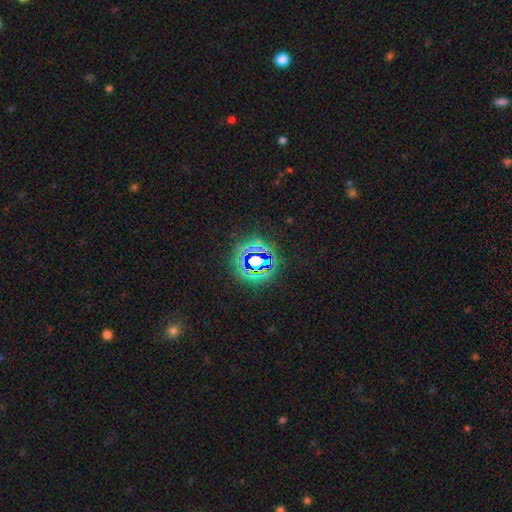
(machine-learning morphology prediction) This appears to be a star or artifact, not a galaxy (76%).